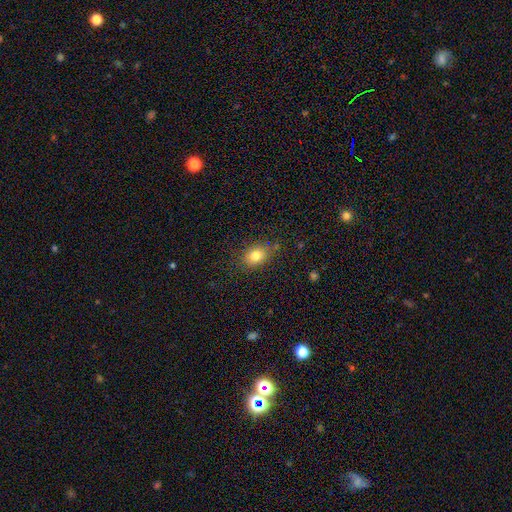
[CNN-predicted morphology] This is clearly a smooth galaxy (81%). How rounded: likely in between (68%). Merging: likely none (79%).